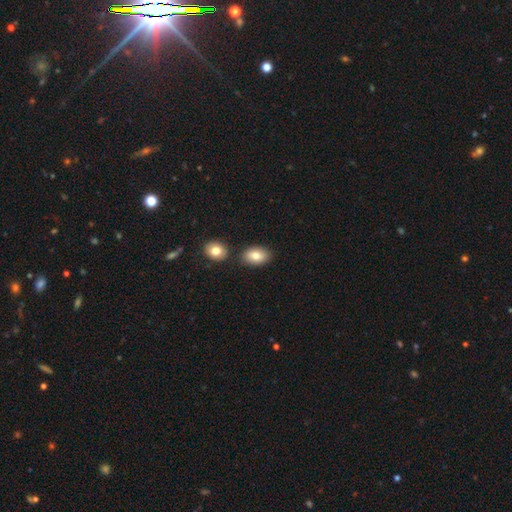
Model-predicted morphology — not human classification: A smooth galaxy with no disk features (80%) that is in between round and cigar-shaped (86%).

Vote fractions:
- Smooth or featured? smooth: 80% / featured or disk: 13% / star or artifact: 8%
- How rounded? in between: 86% / round: 12% / cigar-shaped: 1%
- Merging? none: 75% / merger: 12% / minor disturbance: 11% / major disturbance: 3%